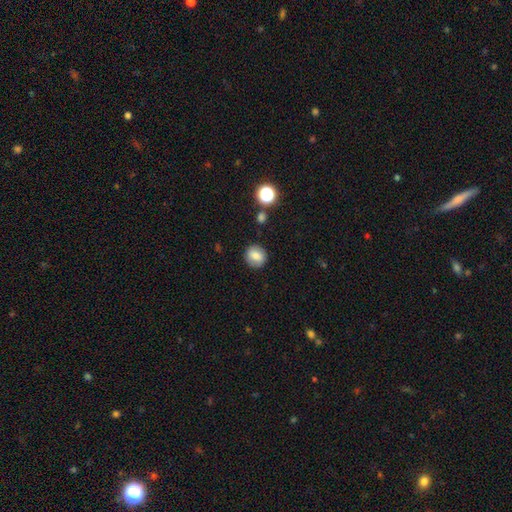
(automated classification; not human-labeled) The model was most divided on "smooth or featured": smooth: 79%, featured or disk: 11%, star or artifact: 10%. More confident: merging — none (88%); how rounded — round (87%).